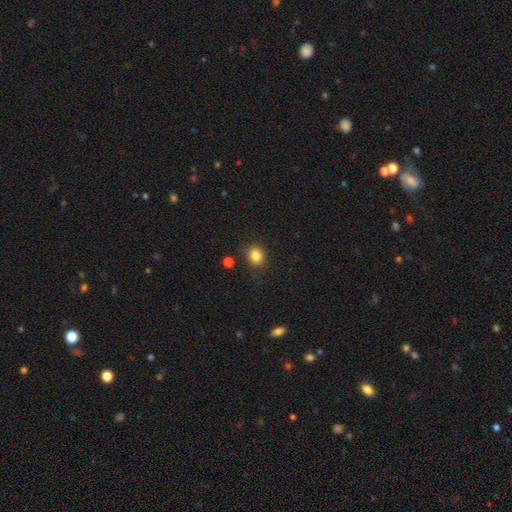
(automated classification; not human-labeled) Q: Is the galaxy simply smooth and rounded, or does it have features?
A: smooth — 83%.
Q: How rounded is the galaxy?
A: round — 60%.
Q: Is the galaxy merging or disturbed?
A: none — 84%.